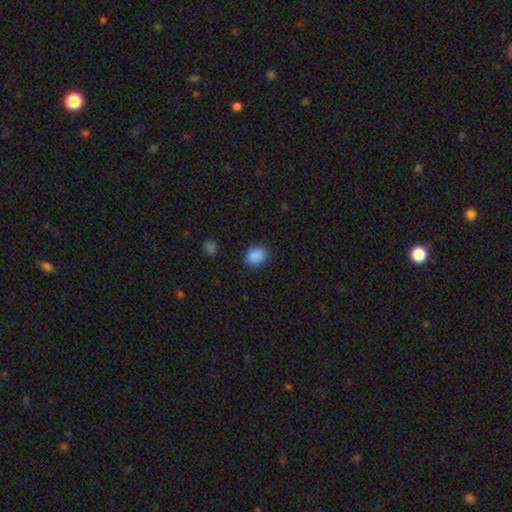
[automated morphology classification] Smooth or featured? smooth (88%)
How rounded? round (53%)
Merging? none (85%)